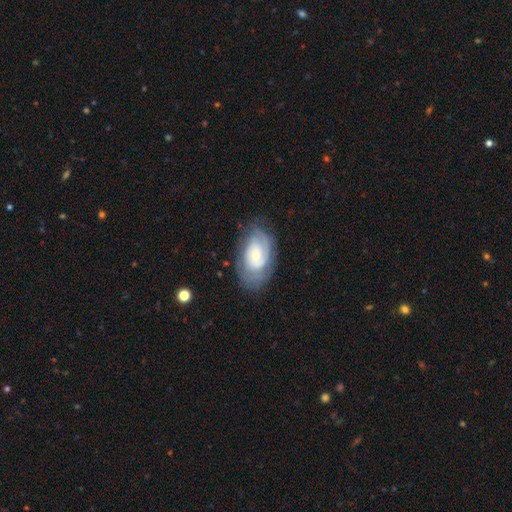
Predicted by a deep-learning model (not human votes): featured or disk 70%, smooth 23%, star or artifact 7%. Down the decision tree: edge-on disk — no (95%); bar — no (72%); spiral arms — yes (85%); spiral arm count — can't tell (43%); spiral winding — tight (63%); bulge size — small (63%); merging — none (72%).